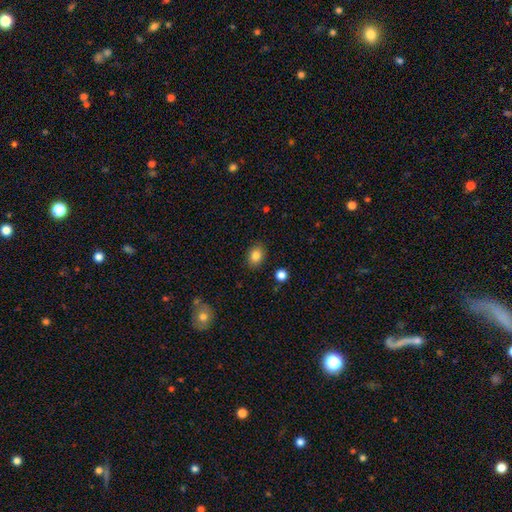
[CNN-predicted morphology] Smooth or featured?
  - smooth: 84% *
  - star or artifact: 9%
  - featured or disk: 7%
How rounded?
  - in between: 64% *
  - round: 35%
  - cigar-shaped: 1%
Merging?
  - none: 87% *
  - minor disturbance: 9%
  - major disturbance: 2%
  - merger: 2%